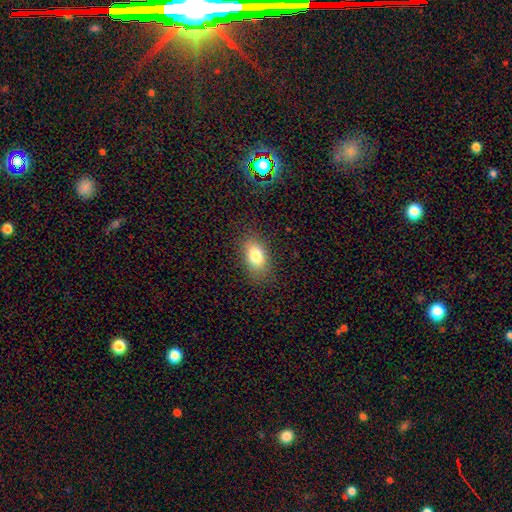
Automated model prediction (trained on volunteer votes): smooth 80%, featured or disk 11%, star or artifact 9%. Down the decision tree: how rounded — in between (87%); merging — none (84%).